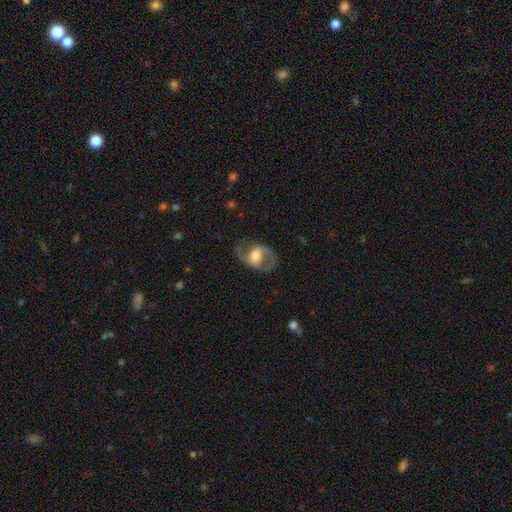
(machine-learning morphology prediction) smooth_or_featured: featured or disk (p=0.84) [alt: smooth p=0.11]
disk_edge_on: no (p=0.97) [alt: yes p=0.03]
bar: weak (p=0.43) [alt: no p=0.33]
has_spiral_arms: yes (p=0.91) [alt: no p=0.09]
spiral_winding: medium (p=0.55) [alt: loose p=0.32]
spiral_arm_count: 2 (p=0.91) [alt: can't tell p=0.03]
bulge_size: moderate (p=0.62) [alt: small p=0.18]
merging: none (p=0.77) [alt: minor disturbance p=0.13]